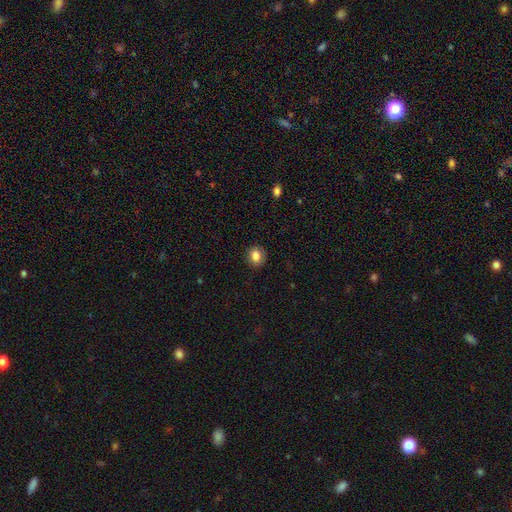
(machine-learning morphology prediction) This appears to be a smooth galaxy with no disk features (82%) that is round (68%). Merging: none (87%).